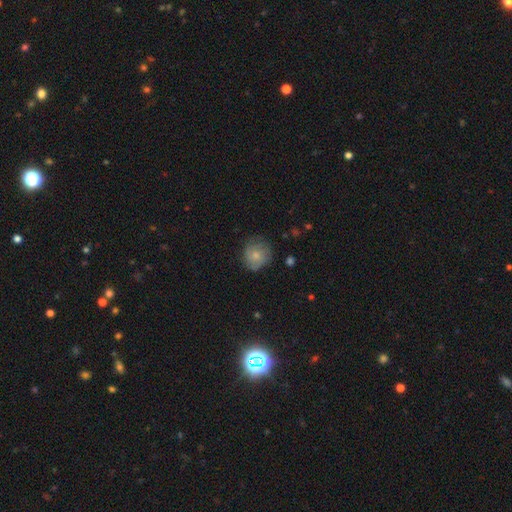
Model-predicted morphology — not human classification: smooth_or_featured: smooth (p=0.67) [alt: featured or disk p=0.25]
how_rounded: round (p=0.85) [alt: in between p=0.14]
merging: none (p=0.69) [alt: minor disturbance p=0.23]